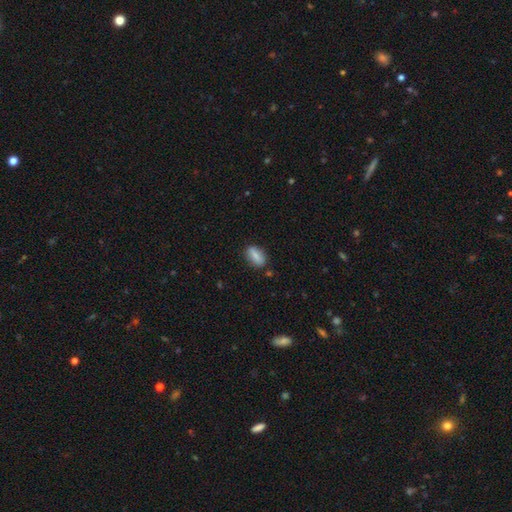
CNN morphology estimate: Smooth or featured: smooth — 79% (featured or disk — 14%)
How rounded: in between — 82% (cigar-shaped — 11%)
Merging: none — 84% (minor disturbance — 11%)